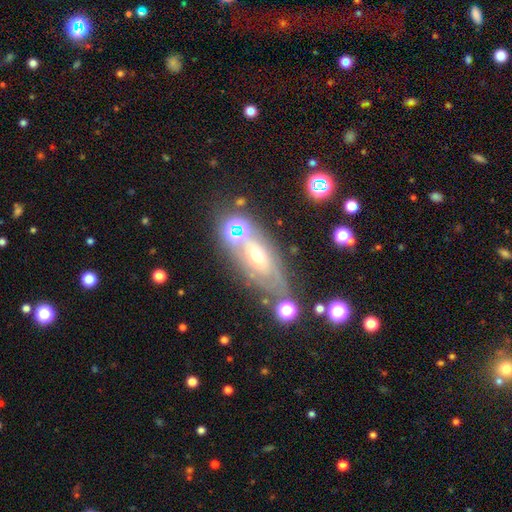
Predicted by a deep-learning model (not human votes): Overall: featured or disk (52%; smooth 29%). Edge-on disk: no (76%). Merging: none (58%; minor disturbance 20%).